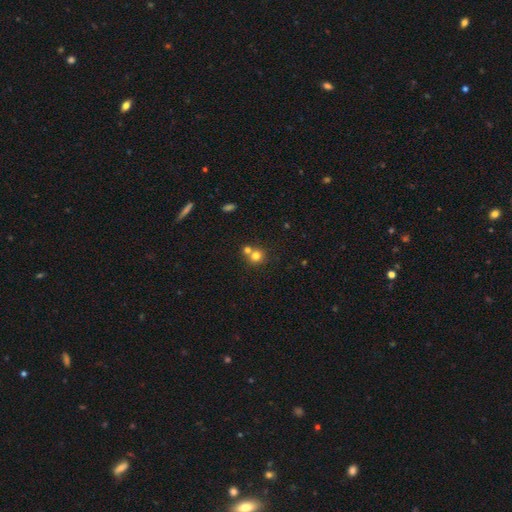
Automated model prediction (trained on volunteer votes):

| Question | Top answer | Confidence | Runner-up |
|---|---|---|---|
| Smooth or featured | smooth | 77% | star or artifact (13%) |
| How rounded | round | 87% | in between (12%) |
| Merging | none | 49% | merger (42%) |